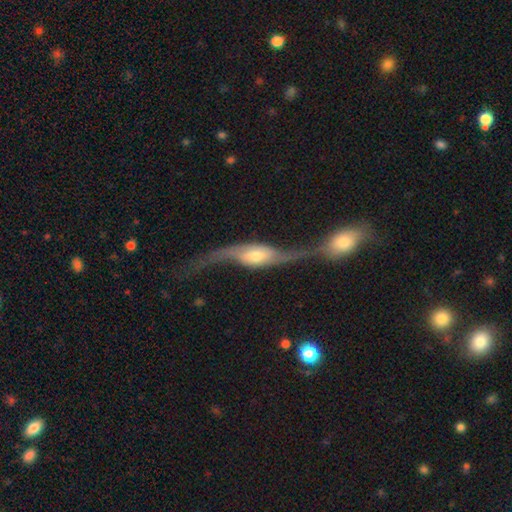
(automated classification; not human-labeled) Smooth or featured? Predicted: featured or disk (p=0.81). Edge-on disk? Predicted: no (p=0.72). Bar? Predicted: no (p=0.44). Spiral arms? Predicted: yes (p=0.88). Spiral winding? Predicted: loose (p=0.91). Spiral arm count? Predicted: 2 (p=0.92). Bulge size? Predicted: moderate (p=0.52). Merging? Predicted: merger (p=0.41).